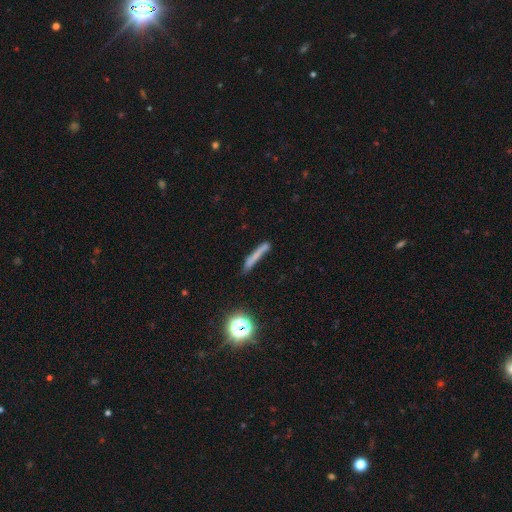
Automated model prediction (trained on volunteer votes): smooth-or-featured: smooth: 63% | featured or disk: 23% | star or artifact: 14%
  how-rounded: cigar-shaped: 91% | in between: 5% | round: 4%
  merging: none: 69% | minor disturbance: 17% | merger: 8% | major disturbance: 6%